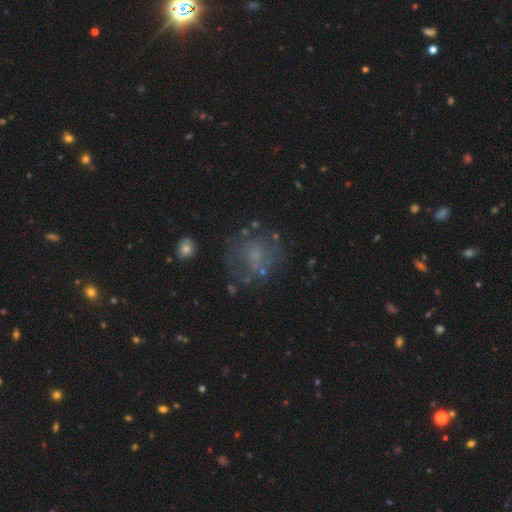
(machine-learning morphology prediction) Smooth or featured? Predicted: featured or disk (p=0.48). Merging? Predicted: none (p=0.64).